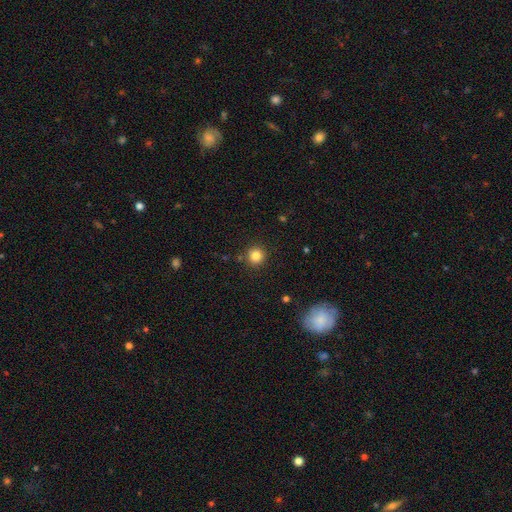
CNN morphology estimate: Smooth or featured? smooth (83%)
How rounded? round (94%)
Merging? none (88%)